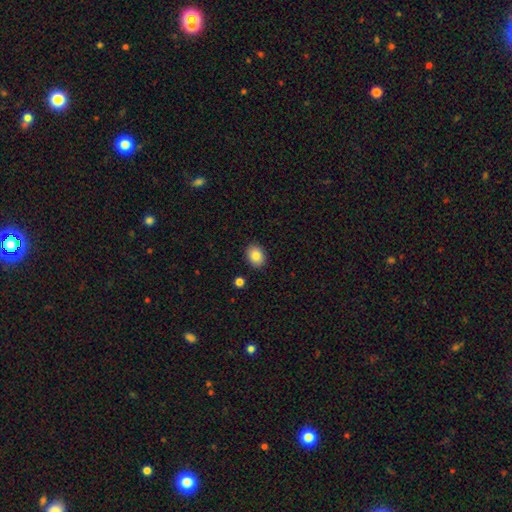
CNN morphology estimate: A smooth galaxy with no disk features (85%) that is in between round and cigar-shaped (59%).

Vote fractions:
- Smooth or featured? smooth: 85% / star or artifact: 8% / featured or disk: 6%
- How rounded? in between: 59% / round: 40% / cigar-shaped: 1%
- Merging? none: 89% / minor disturbance: 7% / major disturbance: 2% / merger: 2%